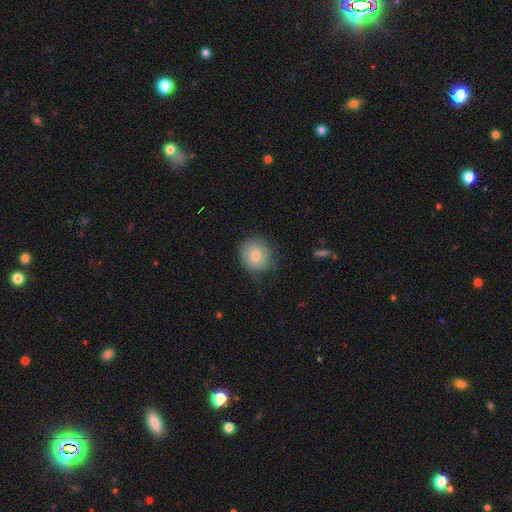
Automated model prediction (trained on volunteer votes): smooth 73%, featured or disk 19%, star or artifact 7%. Down the decision tree: how rounded — round (80%); merging — none (65%).